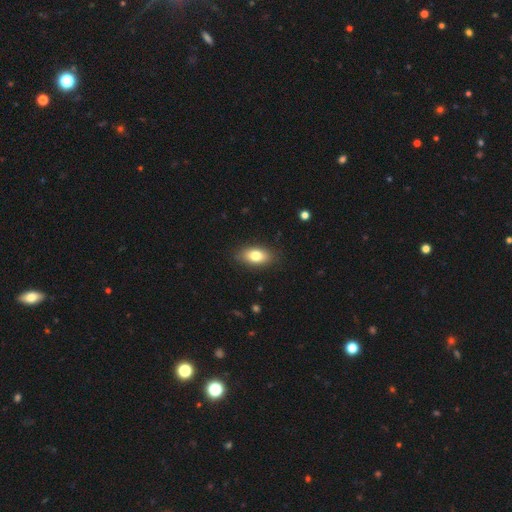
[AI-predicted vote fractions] smooth-or-featured: smooth: 80% | featured or disk: 13% | star or artifact: 8%
  how-rounded: in between: 89% | round: 7% | cigar-shaped: 4%
  merging: none: 86% | minor disturbance: 10% | major disturbance: 2% | merger: 1%